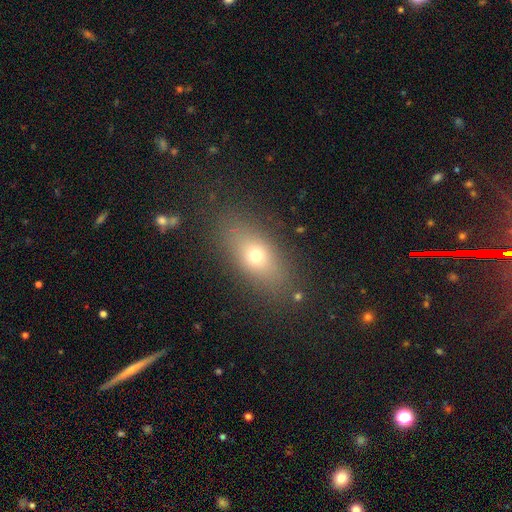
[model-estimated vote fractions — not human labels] Overall: smooth (68%). How rounded: in between (74%). Merging: none (84%).